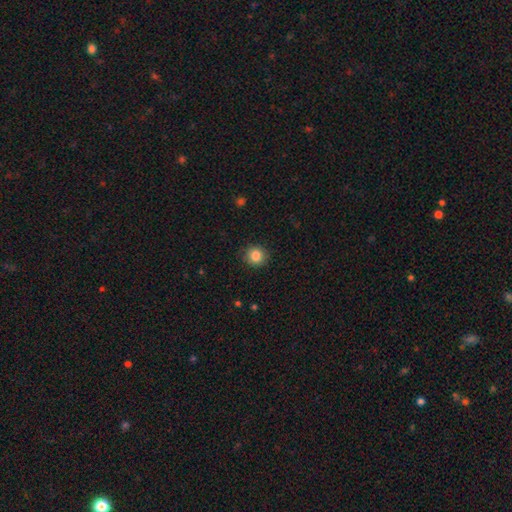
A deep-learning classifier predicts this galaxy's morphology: A smooth galaxy with no disk features (86%) that is round (91%). Merging: none (89%).